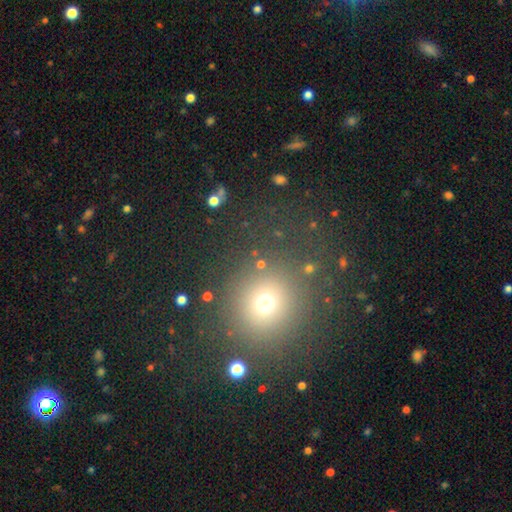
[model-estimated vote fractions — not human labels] Smooth or featured? Predicted: smooth (p=0.62). How rounded? Predicted: round (p=0.89). Merging? Predicted: none (p=0.83).